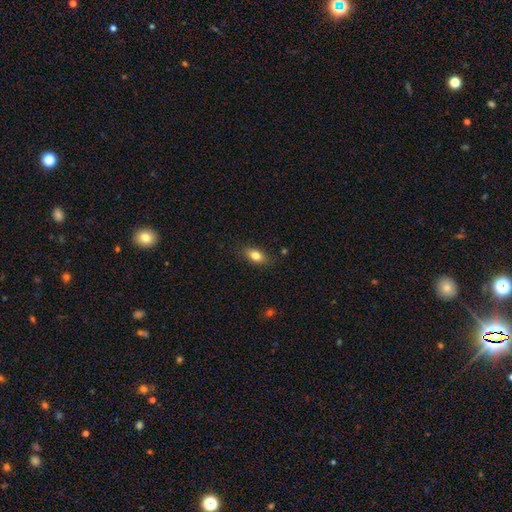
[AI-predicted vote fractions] Morphology: type=smooth (79%); roundness=in between (82%); merging=none (84%).